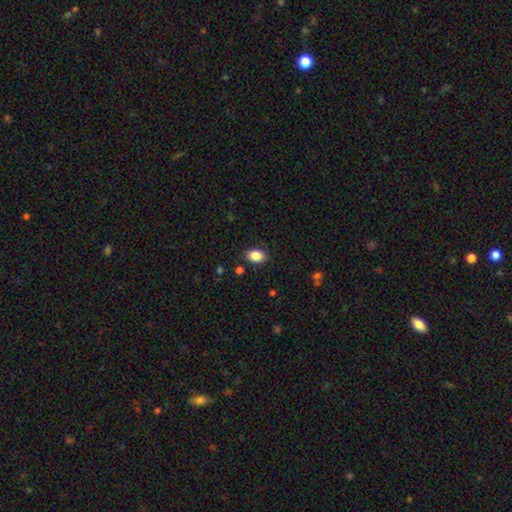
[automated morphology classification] smooth-or-featured: smooth: 87% | star or artifact: 8% | featured or disk: 5%
  how-rounded: in between: 84% | round: 15% | cigar-shaped: 1%
  merging: none: 85% | minor disturbance: 11% | major disturbance: 3% | merger: 2%